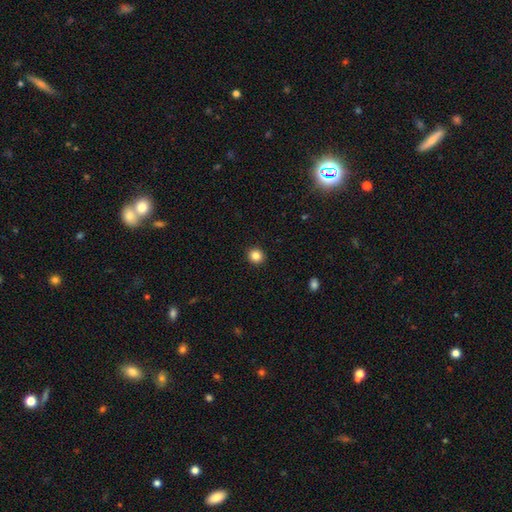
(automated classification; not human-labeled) Overall: smooth (84%). How rounded: round (88%). Merging: none (93%).